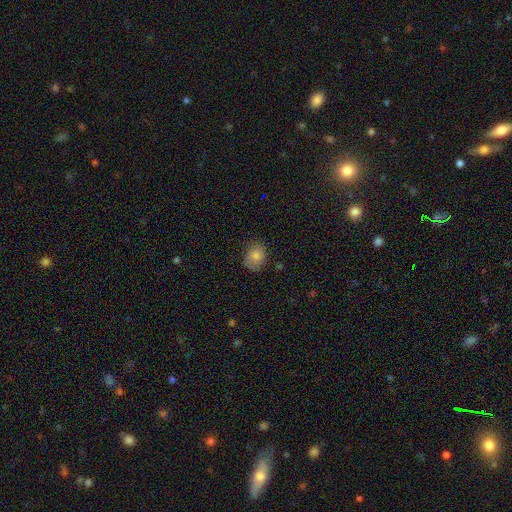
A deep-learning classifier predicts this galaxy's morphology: Smooth or featured? Predicted: smooth (p=0.77). How rounded? Predicted: round (p=0.54). Merging? Predicted: none (p=0.71).